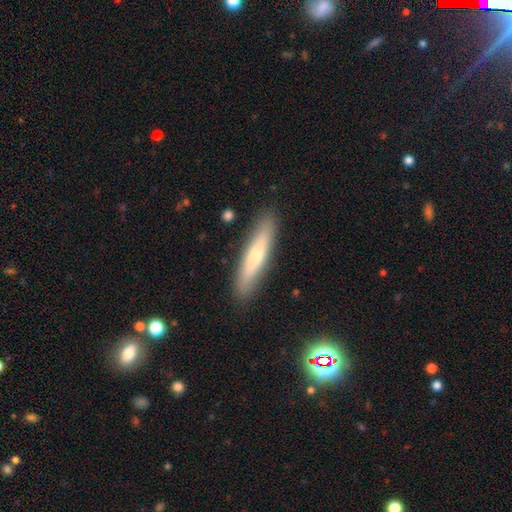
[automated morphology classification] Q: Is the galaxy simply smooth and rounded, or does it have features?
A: smooth — 61%.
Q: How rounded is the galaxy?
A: cigar-shaped — 85%.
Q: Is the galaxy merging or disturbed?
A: none — 87%.